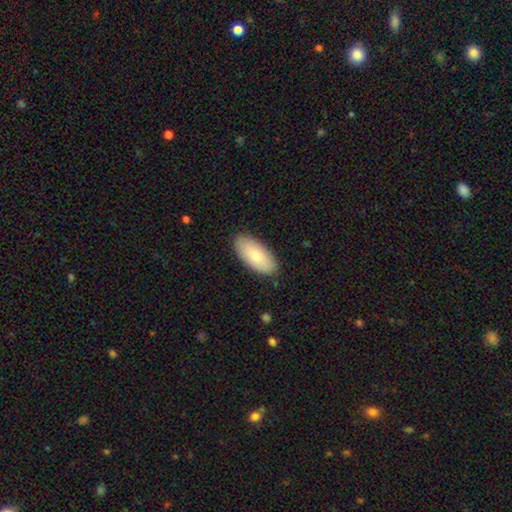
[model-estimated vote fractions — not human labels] This appears to be a smooth galaxy with no disk features (77%) that is in between round and cigar-shaped (91%). Merging: none (88%).